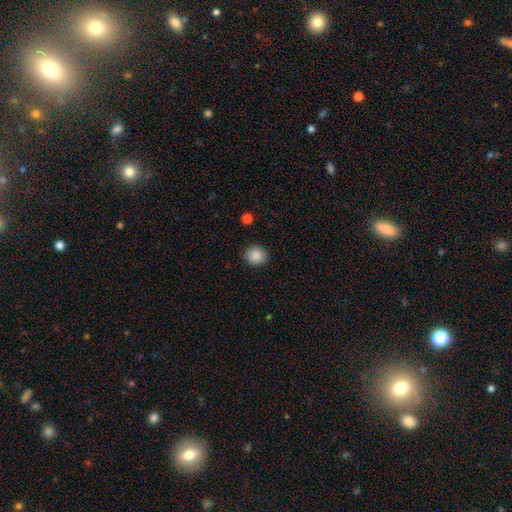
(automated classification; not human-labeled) A smooth galaxy with no disk features (88%) that is round (83%). Merging: none (89%).